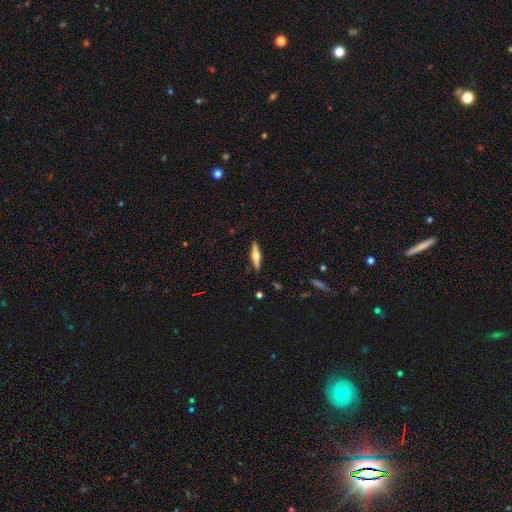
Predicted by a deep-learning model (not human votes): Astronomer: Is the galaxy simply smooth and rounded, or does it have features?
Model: featured or disk — 57% (runner-up: smooth, 37%).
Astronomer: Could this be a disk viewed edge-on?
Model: yes — 96%.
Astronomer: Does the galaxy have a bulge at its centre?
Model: rounded — 90%.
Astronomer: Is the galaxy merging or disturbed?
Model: none — 90%.